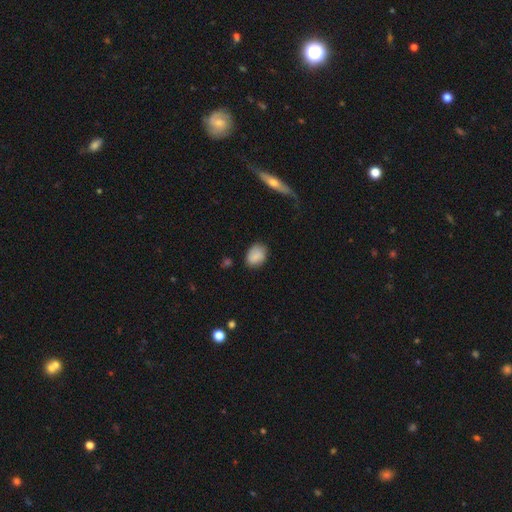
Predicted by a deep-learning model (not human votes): smooth 85%, star or artifact 8%, featured or disk 7%. Down the decision tree: how rounded — in between (67%); merging — none (72%).